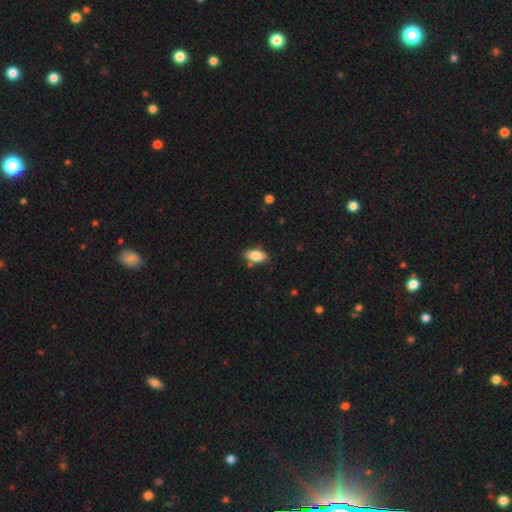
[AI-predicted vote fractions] Smooth or featured: smooth — 85% (featured or disk — 8%)
How rounded: in between — 90% (cigar-shaped — 6%)
Merging: none — 81% (minor disturbance — 13%)